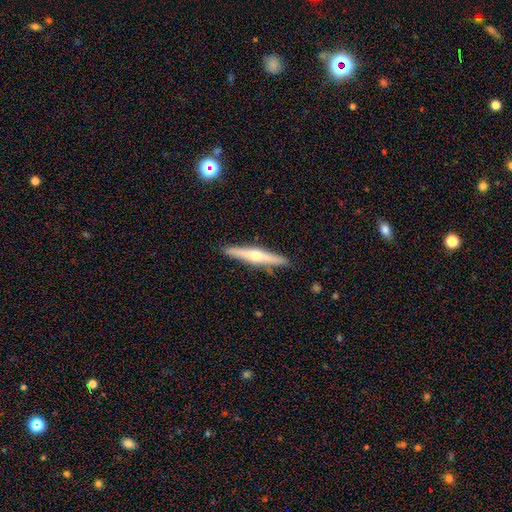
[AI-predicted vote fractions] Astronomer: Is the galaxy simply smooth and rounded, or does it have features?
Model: featured or disk — 65%.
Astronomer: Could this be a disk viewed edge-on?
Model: yes — 96%.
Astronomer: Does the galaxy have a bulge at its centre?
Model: rounded — 89%.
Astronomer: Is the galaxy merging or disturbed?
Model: none — 90%.